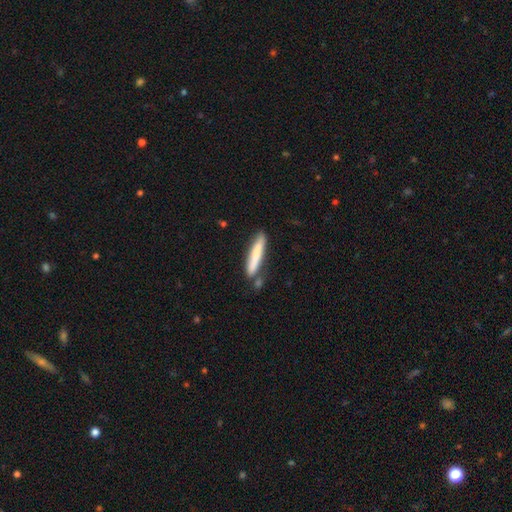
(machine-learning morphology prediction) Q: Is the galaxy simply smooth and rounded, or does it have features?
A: smooth — 76%.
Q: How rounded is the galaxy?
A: cigar-shaped — 92%.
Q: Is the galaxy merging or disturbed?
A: none — 75%.